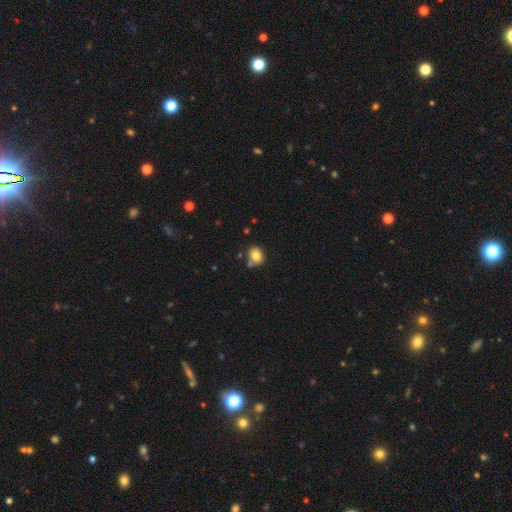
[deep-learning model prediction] Morphology: type=smooth (79%); roundness=round (50%); merging=none (65%).